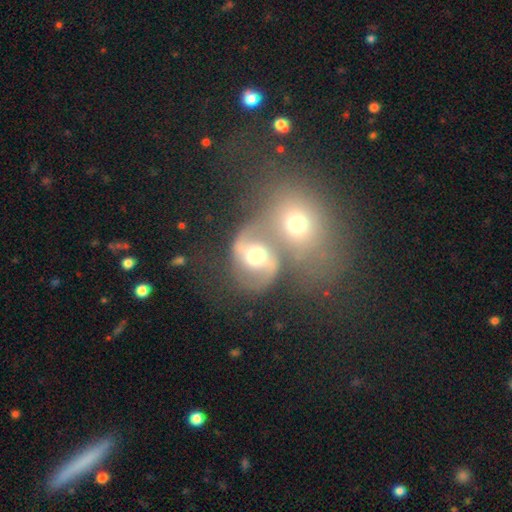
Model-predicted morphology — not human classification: The model was most divided on "bar": no: 43%, weak: 38%, strong: 18%. Remaining: edge-on disk — no (97%); spiral arm count — 2 (90%); spiral arms — yes (88%); smooth or featured — featured or disk (71%); bulge size — moderate (67%); merging — merger (54%); spiral winding — medium (48%).